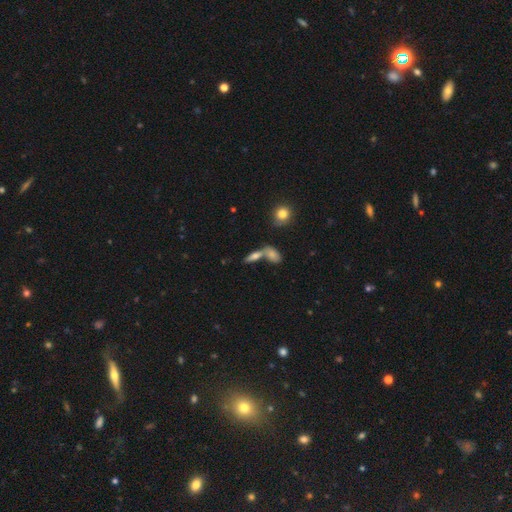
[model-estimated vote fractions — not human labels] The model was most divided on "merging": merger: 44%, none: 42%, minor disturbance: 10%, major disturbance: 5%. More confident: smooth or featured — smooth (65%); how rounded — in between (61%).